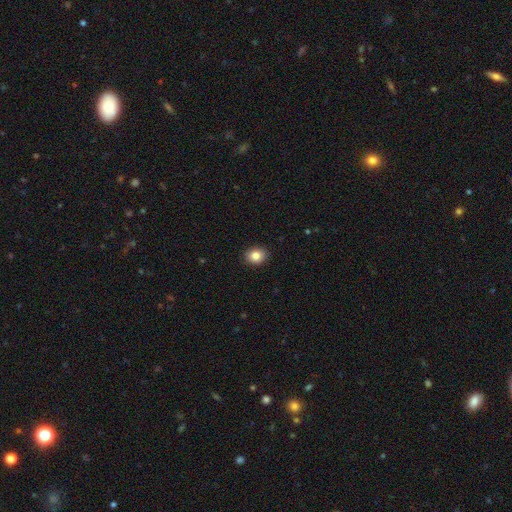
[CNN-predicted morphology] Q: Smooth or featured?
A: smooth (84%); runner-up: star or artifact (9%)
Q: How rounded?
A: round (55%); runner-up: in between (44%)
Q: Merging?
A: none (91%); runner-up: minor disturbance (7%)